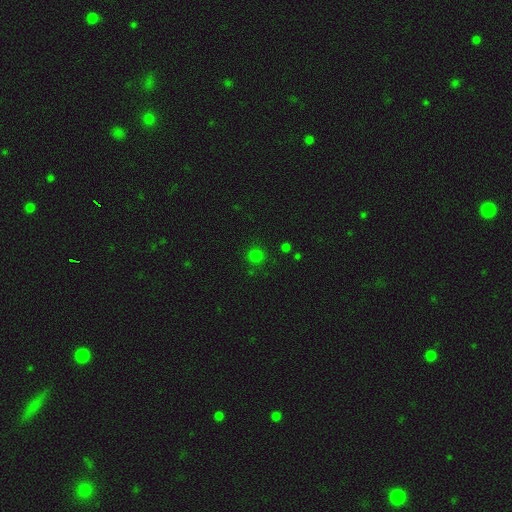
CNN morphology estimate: smooth_or_featured: smooth (p=0.76) [alt: star or artifact p=0.20]
how_rounded: round (p=0.93) [alt: in between p=0.06]
merging: none (p=0.88) [alt: minor disturbance p=0.07]